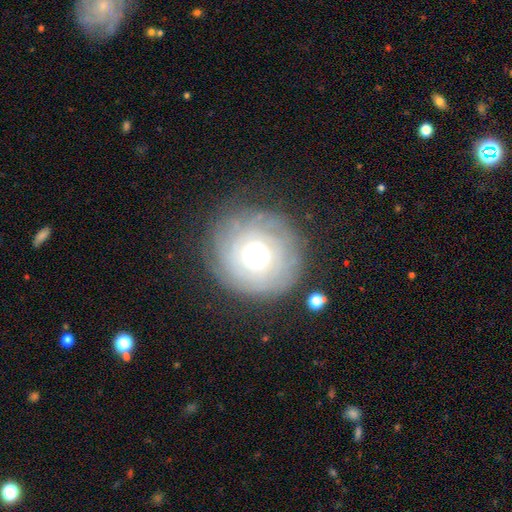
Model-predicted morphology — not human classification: This is possibly a featured or disk galaxy (52%). It is clearly not viewed edge-on (96%). Bar: clearly no (88%). Spiral arm pattern: likely yes (66%). Central bulge: likely moderate (66%). Merging: likely none (80%).